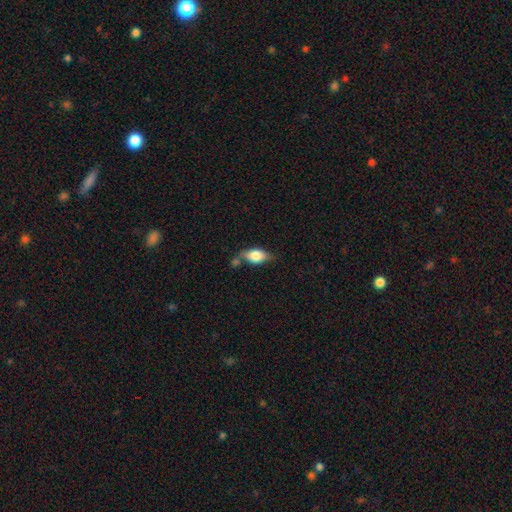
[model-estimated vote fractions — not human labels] Smooth or featured? smooth (63%)
How rounded? in between (82%)
Merging? none (45%)